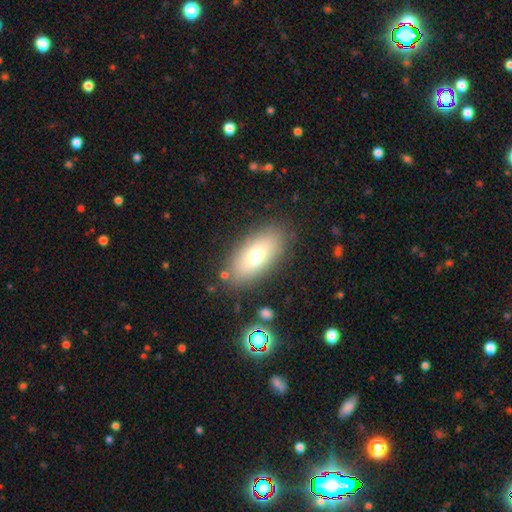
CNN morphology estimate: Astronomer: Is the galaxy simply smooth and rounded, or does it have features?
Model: smooth — 69%.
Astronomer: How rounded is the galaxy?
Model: in between — 88%.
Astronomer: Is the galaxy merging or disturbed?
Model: none — 83%.